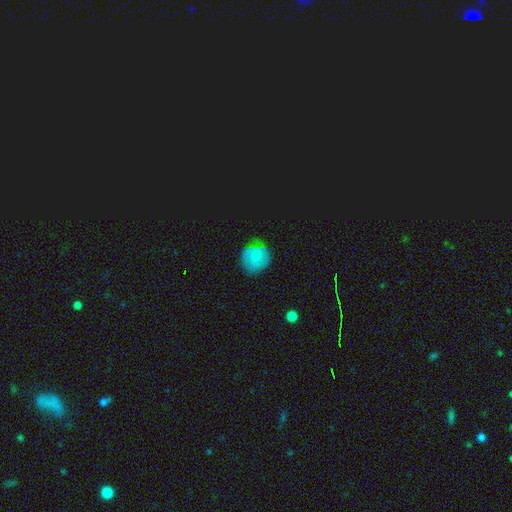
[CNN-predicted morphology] smooth 57%, featured or disk 28%, star or artifact 15%. Down the decision tree: how rounded — round (83%); merging — none (67%).